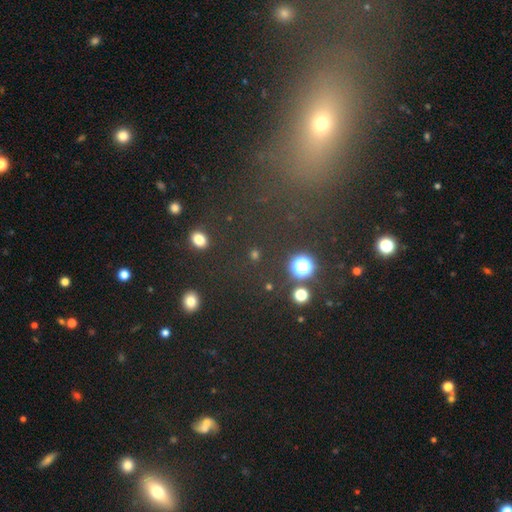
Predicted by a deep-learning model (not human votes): This appears to be a star or artifact, not a galaxy (47%).